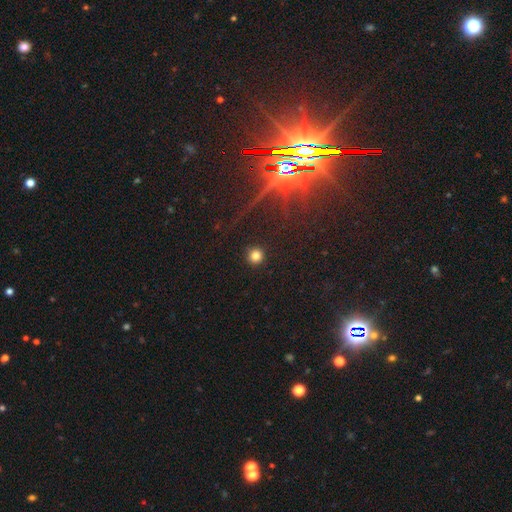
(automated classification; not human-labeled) This is likely a smooth galaxy (79%). How rounded: clearly round (95%). Merging: clearly none (92%).